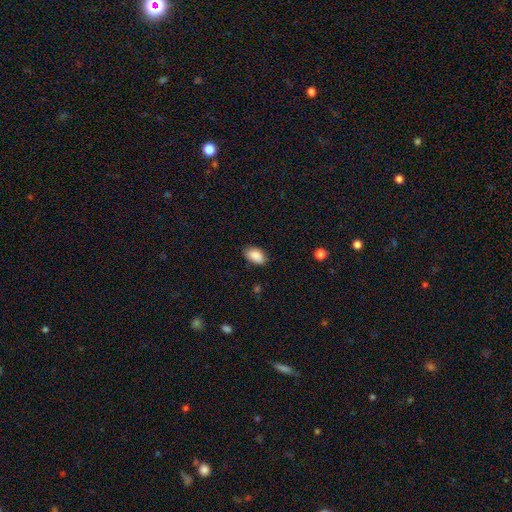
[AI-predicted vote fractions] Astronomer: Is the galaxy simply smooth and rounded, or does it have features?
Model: smooth — 88%.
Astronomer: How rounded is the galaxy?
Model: in between — 93%.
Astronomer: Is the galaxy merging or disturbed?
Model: none — 81%.